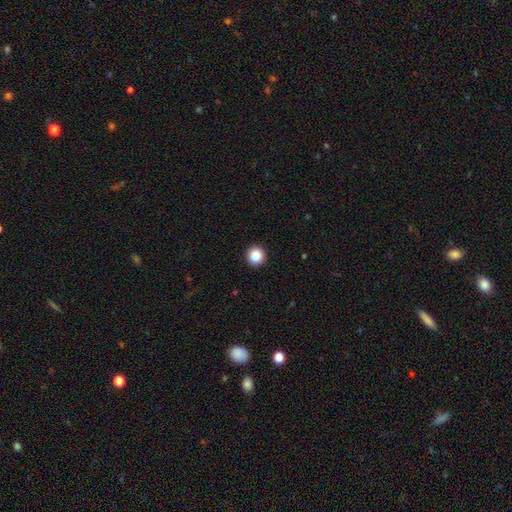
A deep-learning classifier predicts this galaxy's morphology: smooth 87%, star or artifact 10%, featured or disk 3%. Down the decision tree: how rounded — round (95%); merging — none (93%).